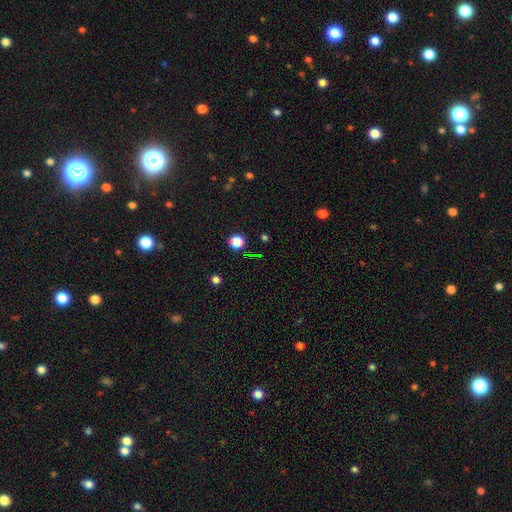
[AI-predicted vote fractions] smooth_or_featured: smooth (p=0.46) [tied with: star or artifact p=0.46]
merging: none (p=0.89) [alt: minor disturbance p=0.06]